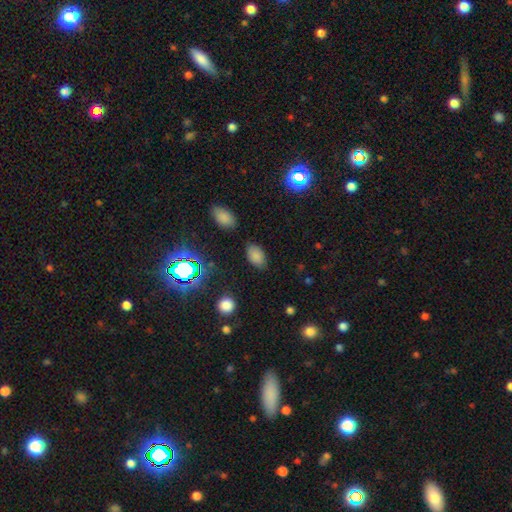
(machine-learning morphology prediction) Q: Smooth or featured?
A: smooth (80%); runner-up: star or artifact (14%)
Q: How rounded?
A: in between (91%); runner-up: round (8%)
Q: Merging?
A: none (81%); runner-up: minor disturbance (13%)